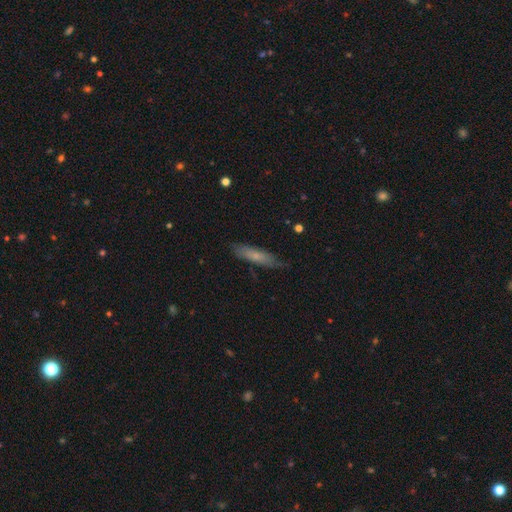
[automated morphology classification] smooth-or-featured: smooth: 65% | featured or disk: 29% | star or artifact: 7%
  how-rounded: cigar-shaped: 72% | in between: 26% | round: 2%
  merging: none: 73% | minor disturbance: 21% | major disturbance: 4% | merger: 1%